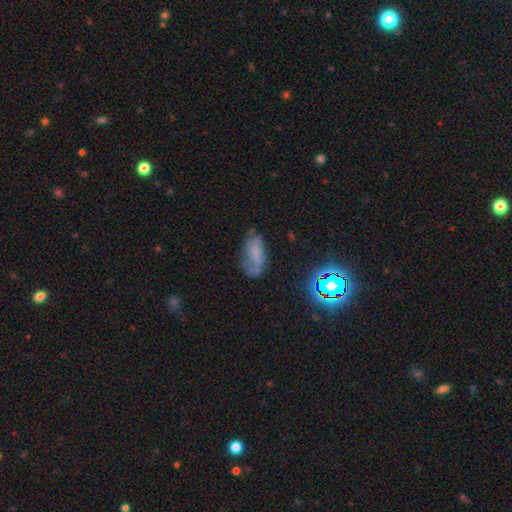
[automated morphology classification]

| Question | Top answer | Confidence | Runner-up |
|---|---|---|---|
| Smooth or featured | smooth | 50% | featured or disk (32%) |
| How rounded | in between | 86% | cigar-shaped (9%) |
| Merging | none | 42% | minor disturbance (30%) |